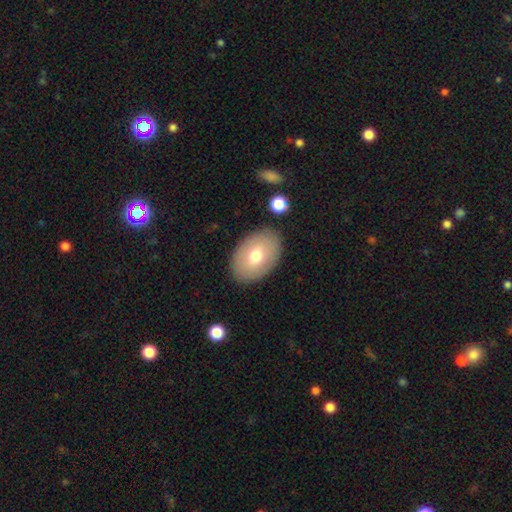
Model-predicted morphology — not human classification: A smooth galaxy with no disk features (70%) that is in between round and cigar-shaped (86%).

Vote fractions:
- Smooth or featured? smooth: 70% / featured or disk: 23% / star or artifact: 7%
- How rounded? in between: 86% / round: 13% / cigar-shaped: 1%
- Merging? none: 86% / minor disturbance: 9% / major disturbance: 3% / merger: 2%